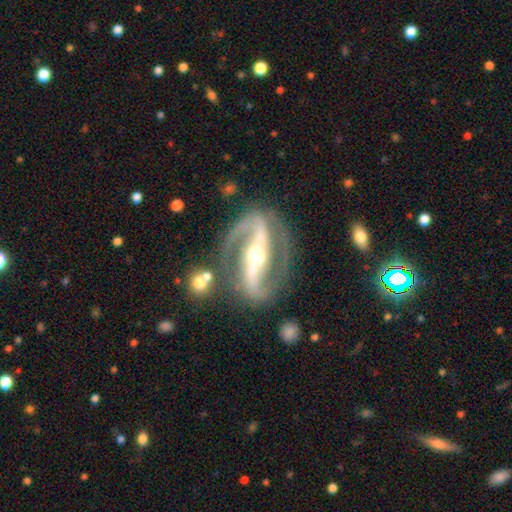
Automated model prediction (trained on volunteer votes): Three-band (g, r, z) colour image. It shows a featured or disk galaxy (92%) with a strong bar (79%), 2 (94%) medium (57%) spiral arms (94%) and a moderate central bulge (72%). Merging: none (80%).